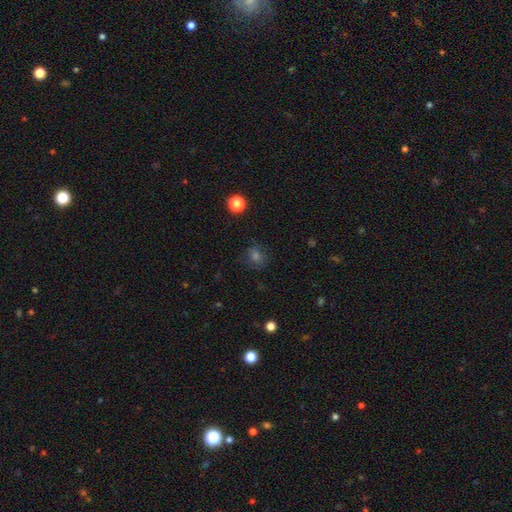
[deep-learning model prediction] Smooth or featured? Predicted: smooth (p=0.60). How rounded? Predicted: round (p=0.76). Merging? Predicted: none (p=0.80).